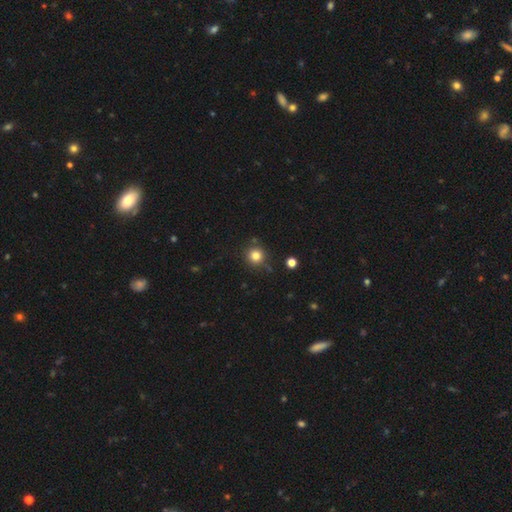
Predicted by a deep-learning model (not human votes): Smooth or featured: smooth — 81% (star or artifact — 13%)
How rounded: round — 93% (in between — 6%)
Merging: none — 82% (minor disturbance — 10%)